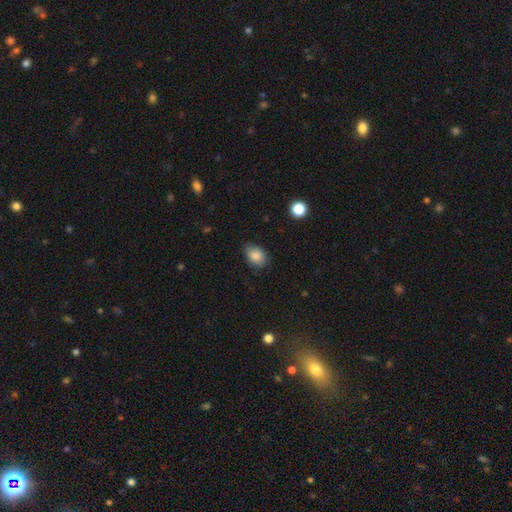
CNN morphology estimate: smooth_or_featured: smooth (p=0.86) [alt: star or artifact p=0.09]
how_rounded: in between (p=0.74) [alt: round p=0.25]
merging: none (p=0.74) [alt: minor disturbance p=0.21]